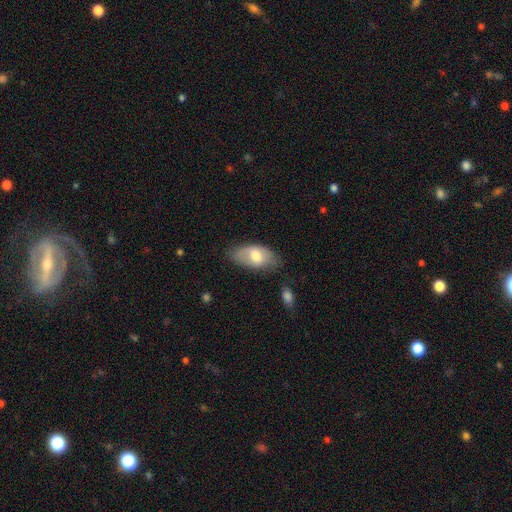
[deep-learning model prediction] smooth 66%, featured or disk 28%, star or artifact 6%. Down the decision tree: how rounded — in between (93%); merging — none (64%).